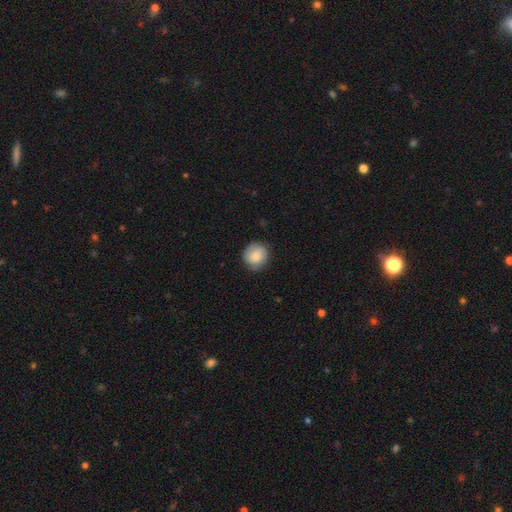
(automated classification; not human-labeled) A smooth galaxy with no disk features (83%) that is round (90%).

Vote fractions:
- Smooth or featured? smooth: 83% / featured or disk: 10% / star or artifact: 7%
- How rounded? round: 90% / in between: 9% / cigar-shaped: 1%
- Merging? none: 84% / minor disturbance: 12% / major disturbance: 3% / merger: 1%